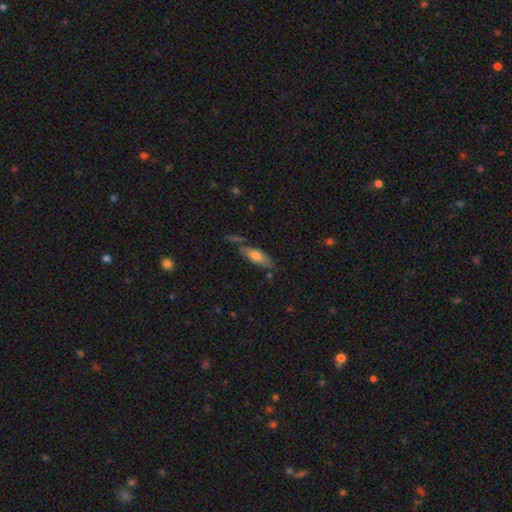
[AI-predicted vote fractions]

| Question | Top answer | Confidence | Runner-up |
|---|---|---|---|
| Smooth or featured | smooth | 68% | featured or disk (25%) |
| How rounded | in between | 62% | cigar-shaped (35%) |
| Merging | none | 61% | minor disturbance (21%) |